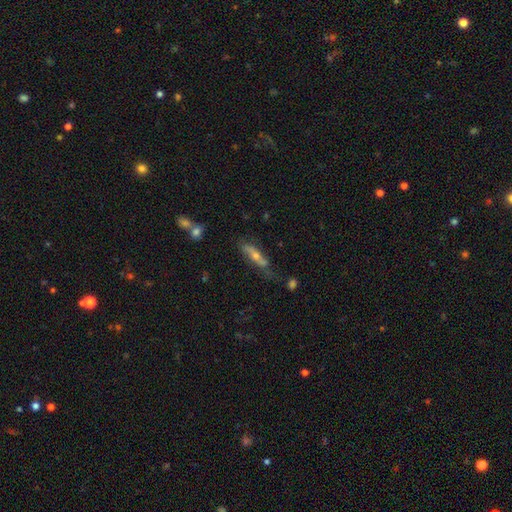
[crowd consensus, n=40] Overall: featured or disk (55%; smooth 38%). Edge-on disk: yes (50%, tied with no). Edge-on bulge: rounded (73%). Merging: major disturbance (35%; none 30%).